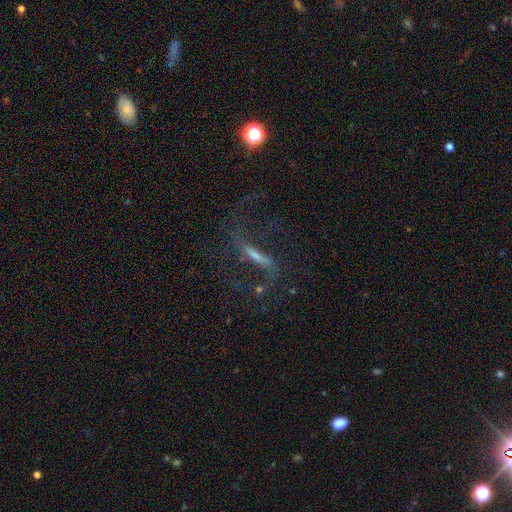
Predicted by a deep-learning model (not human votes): Morphology: type=featured or disk (67%); edge-on=no (60%); merging=none (56%).